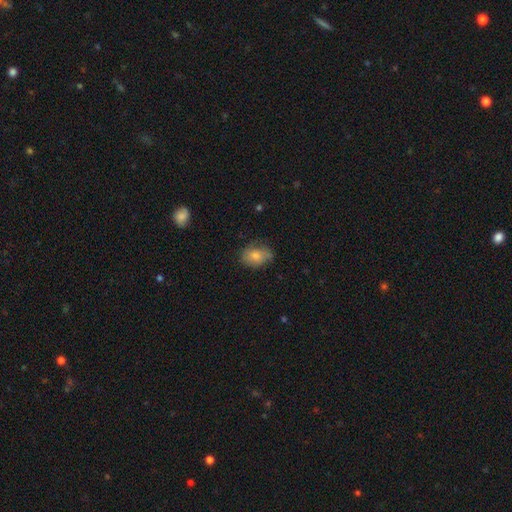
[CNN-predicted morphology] Smooth or featured: smooth — 75% (featured or disk — 17%)
How rounded: in between — 74% (round — 25%)
Merging: none — 60% (minor disturbance — 30%)